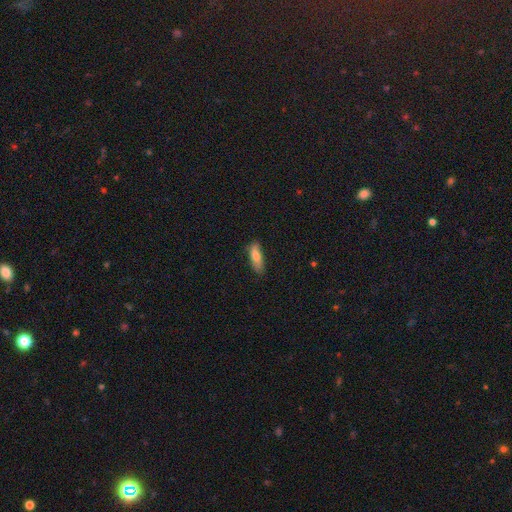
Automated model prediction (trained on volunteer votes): Smooth or featured?
  - smooth: 76% *
  - featured or disk: 17%
  - star or artifact: 7%
How rounded?
  - in between: 60% *
  - cigar-shaped: 37%
  - round: 2%
Merging?
  - none: 68% *
  - minor disturbance: 25%
  - major disturbance: 5%
  - merger: 2%